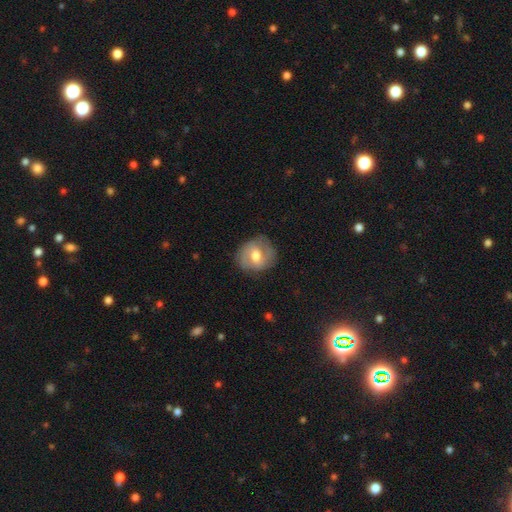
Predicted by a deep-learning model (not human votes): Q: Smooth or featured?
A: featured or disk (51%); runner-up: smooth (43%)
Q: Edge-on disk?
A: no (96%); runner-up: yes (4%)
Q: Merging?
A: none (76%); runner-up: minor disturbance (17%)